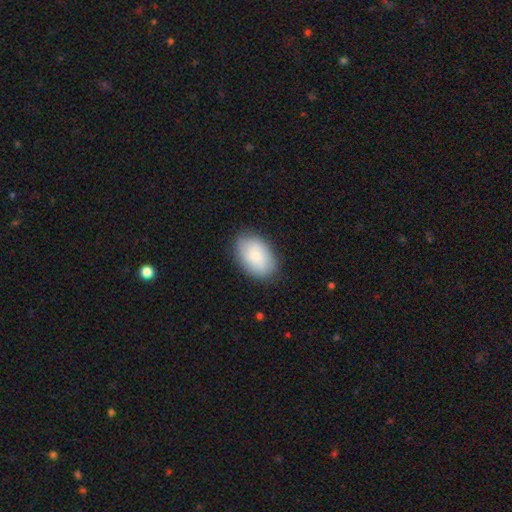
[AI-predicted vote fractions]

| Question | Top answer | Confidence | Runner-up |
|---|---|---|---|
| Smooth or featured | smooth | 72% | featured or disk (22%) |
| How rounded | in between | 90% | round (9%) |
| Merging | none | 82% | minor disturbance (13%) |